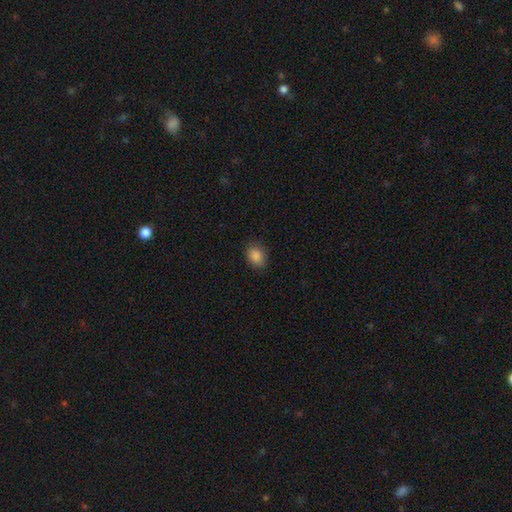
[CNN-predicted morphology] Smooth or featured?
  - smooth: 87% *
  - star or artifact: 9%
  - featured or disk: 4%
How rounded?
  - in between: 67% *
  - round: 32%
  - cigar-shaped: 1%
Merging?
  - none: 83% *
  - minor disturbance: 13%
  - major disturbance: 3%
  - merger: 1%